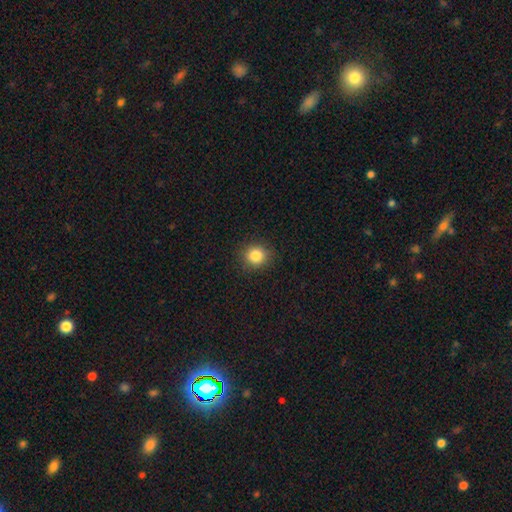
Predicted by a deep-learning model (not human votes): Smooth or featured: smooth — 84% (star or artifact — 11%)
How rounded: round — 85% (in between — 14%)
Merging: none — 90% (minor disturbance — 7%)